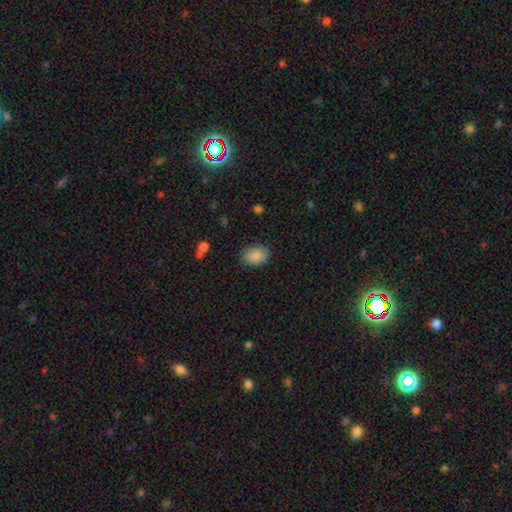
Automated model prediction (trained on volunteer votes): Q: Smooth or featured?
A: smooth (88%); runner-up: star or artifact (8%)
Q: How rounded?
A: in between (80%); runner-up: round (19%)
Q: Merging?
A: none (87%); runner-up: minor disturbance (10%)